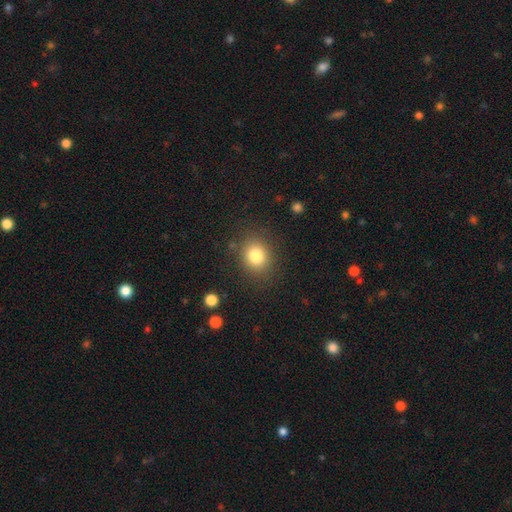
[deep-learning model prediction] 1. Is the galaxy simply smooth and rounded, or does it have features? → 82% smooth, 11% star or artifact, 7% featured or disk.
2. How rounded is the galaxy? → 70% round, 30% in between, 1% cigar-shaped.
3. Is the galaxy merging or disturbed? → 85% none, 10% minor disturbance, 4% major disturbance, 2% merger.